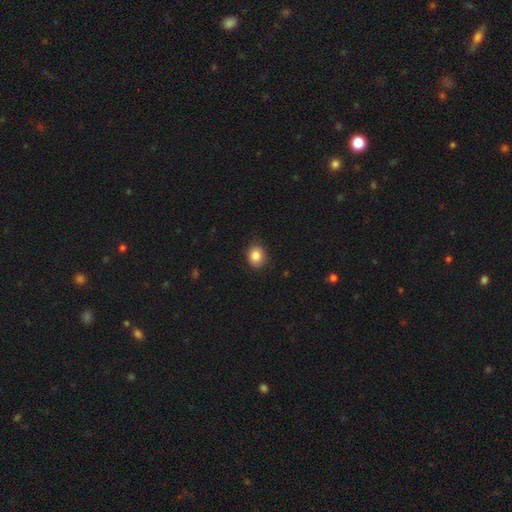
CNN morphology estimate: A smooth galaxy with no disk features (86%) that is round (63%).

Vote fractions:
- Smooth or featured? smooth: 86% / star or artifact: 9% / featured or disk: 5%
- How rounded? round: 63% / in between: 36% / cigar-shaped: 1%
- Merging? none: 84% / minor disturbance: 12% / major disturbance: 2% / merger: 1%